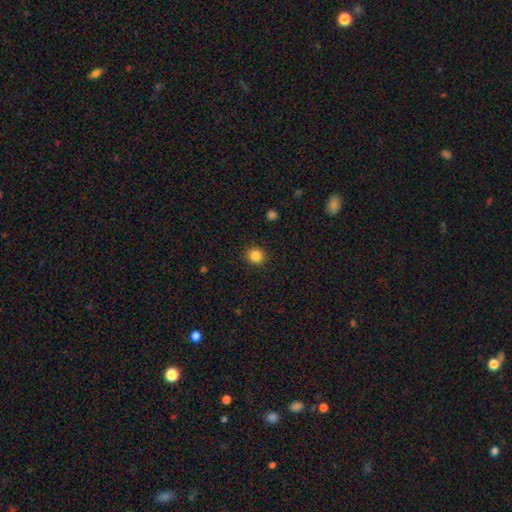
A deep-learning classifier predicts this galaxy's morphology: Smooth or featured? Predicted: smooth (p=0.85). How rounded? Predicted: round (p=0.90). Merging? Predicted: none (p=0.91).